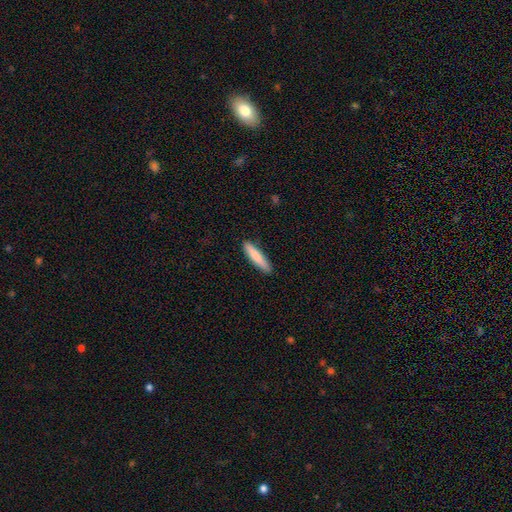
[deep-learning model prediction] Overall: smooth (82%). How rounded: cigar-shaped (86%). Merging: none (89%).